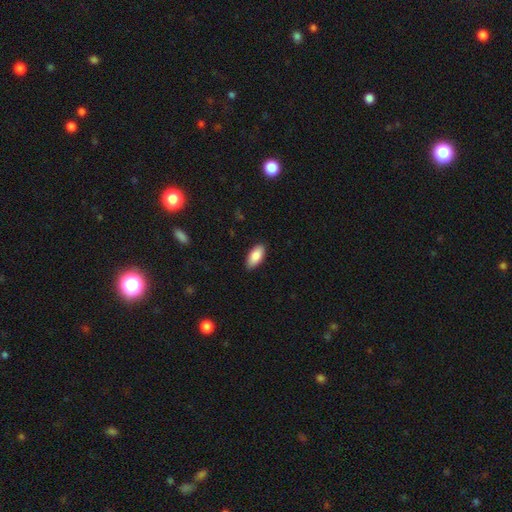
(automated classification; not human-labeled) Smooth or featured: smooth — 86% (featured or disk — 8%)
How rounded: in between — 90% (cigar-shaped — 8%)
Merging: none — 88% (minor disturbance — 9%)